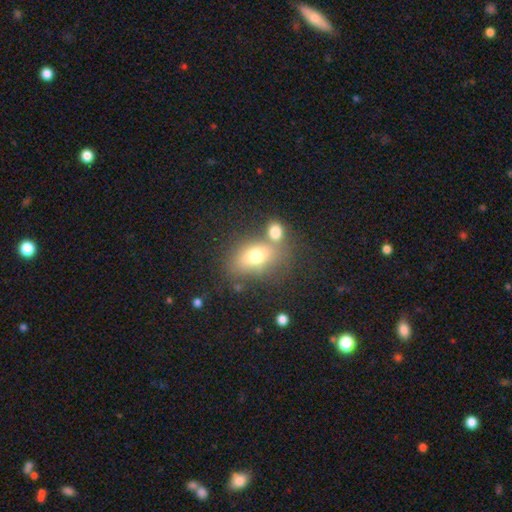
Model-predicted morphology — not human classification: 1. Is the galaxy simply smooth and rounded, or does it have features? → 70% smooth, 19% featured or disk, 11% star or artifact.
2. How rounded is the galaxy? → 76% in between, 21% round, 3% cigar-shaped.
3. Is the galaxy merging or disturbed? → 48% none, 31% merger, 13% minor disturbance, 7% major disturbance.